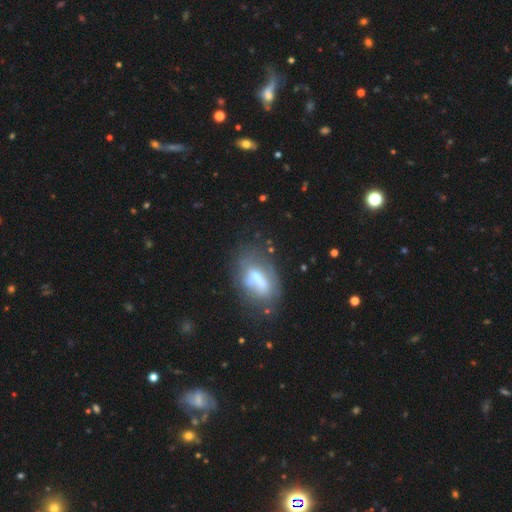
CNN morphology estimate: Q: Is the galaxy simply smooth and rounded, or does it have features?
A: featured or disk — 45%.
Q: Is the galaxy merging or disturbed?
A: none — 57%.